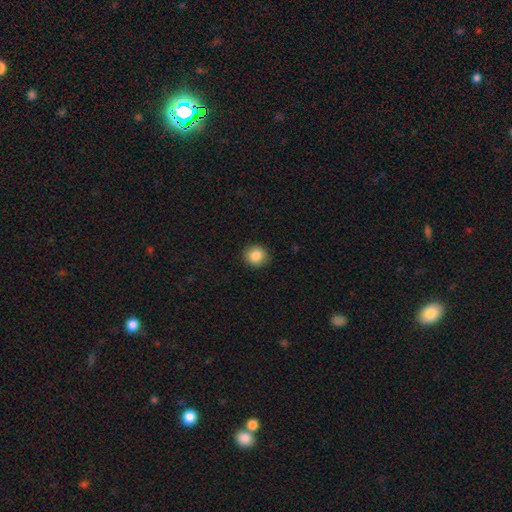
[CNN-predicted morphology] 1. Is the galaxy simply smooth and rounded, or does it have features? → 86% smooth, 9% star or artifact, 5% featured or disk.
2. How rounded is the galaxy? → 86% round, 13% in between, 1% cigar-shaped.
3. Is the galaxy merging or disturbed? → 90% none, 7% minor disturbance, 2% major disturbance, 1% merger.